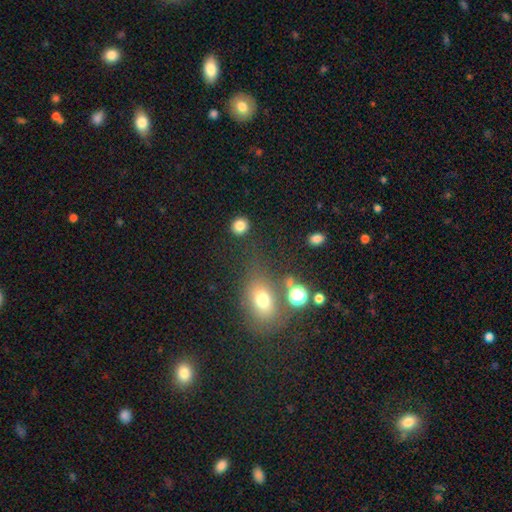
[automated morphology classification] Smooth or featured?
  - smooth: 55% *
  - star or artifact: 31%
  - featured or disk: 14%
How rounded?
  - in between: 59% *
  - round: 37%
  - cigar-shaped: 4%
Merging?
  - none: 61% *
  - merger: 16%
  - minor disturbance: 15%
  - major disturbance: 8%